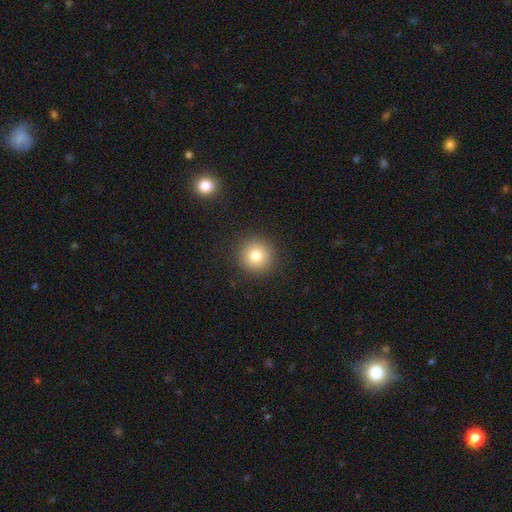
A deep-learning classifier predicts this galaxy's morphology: A smooth galaxy with no disk features (80%) that is round (95%).

Vote fractions:
- Smooth or featured? smooth: 80% / star or artifact: 11% / featured or disk: 9%
- How rounded? round: 95% / in between: 4% / cigar-shaped: 1%
- Merging? none: 91% / minor disturbance: 6% / major disturbance: 2% / merger: 1%